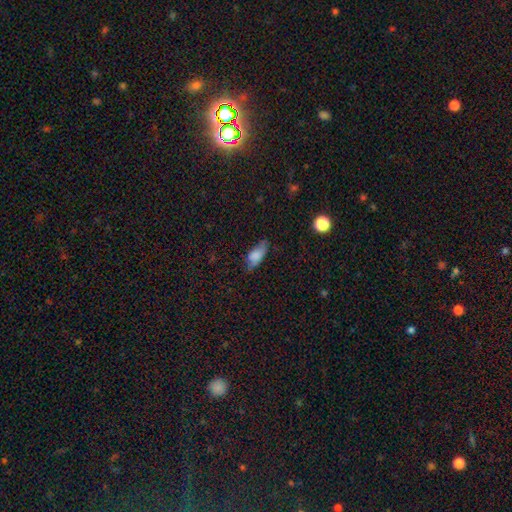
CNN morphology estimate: Smooth or featured?
  - smooth: 76% *
  - featured or disk: 15%
  - star or artifact: 9%
How rounded?
  - in between: 82% *
  - cigar-shaped: 14%
  - round: 3%
Merging?
  - none: 59% *
  - minor disturbance: 30%
  - major disturbance: 9%
  - merger: 2%